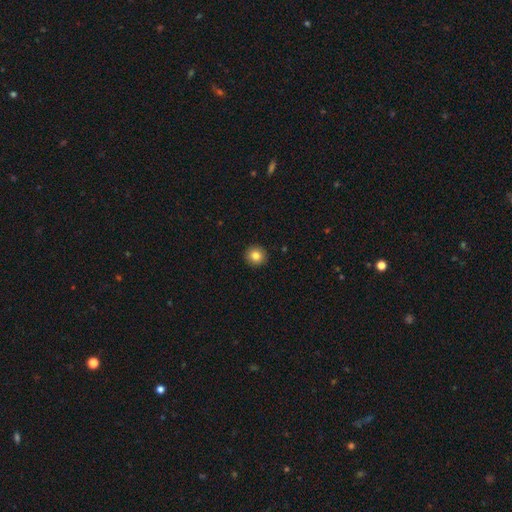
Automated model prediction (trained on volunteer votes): Smooth or featured?
  - smooth: 82% *
  - star or artifact: 10%
  - featured or disk: 8%
How rounded?
  - round: 94% *
  - in between: 5%
  - cigar-shaped: 1%
Merging?
  - none: 93% *
  - minor disturbance: 5%
  - major disturbance: 1%
  - merger: 1%